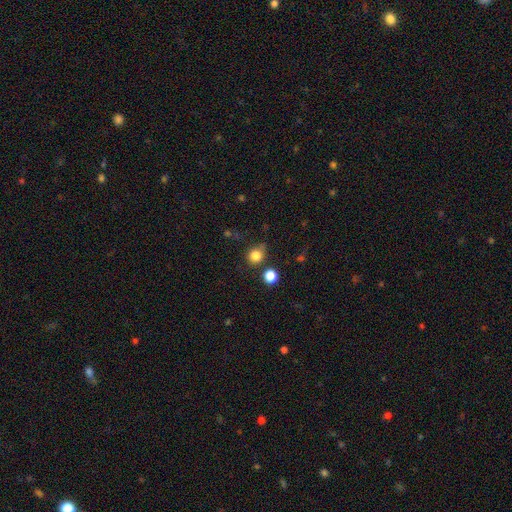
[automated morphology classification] The model was most divided on "merging": none: 72%, minor disturbance: 16%, merger: 7%, major disturbance: 5%. More confident: how rounded — round (85%); smooth or featured — smooth (82%).